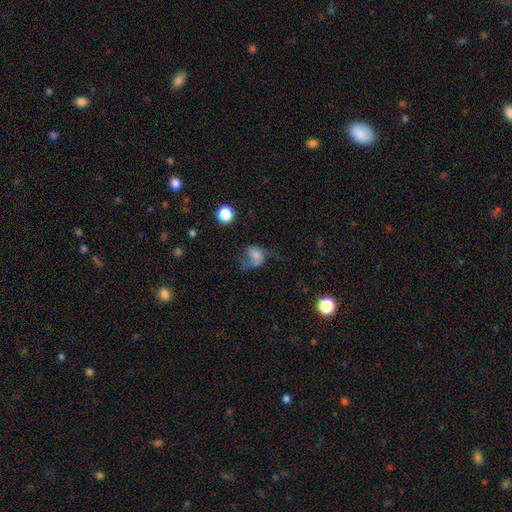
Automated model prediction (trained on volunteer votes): Smooth or featured?
  - smooth: 52% *
  - featured or disk: 33%
  - star or artifact: 15%
How rounded?
  - in between: 64% *
  - round: 34%
  - cigar-shaped: 2%
Merging?
  - major disturbance: 47% *
  - none: 24%
  - minor disturbance: 18%
  - merger: 11%